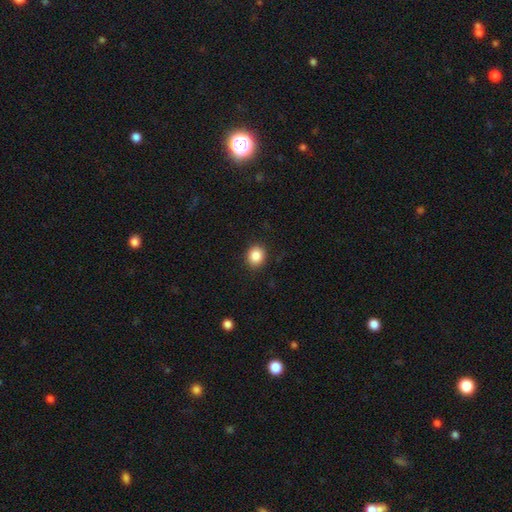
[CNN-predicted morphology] smooth 87%, star or artifact 9%, featured or disk 4%. Down the decision tree: how rounded — round (75%); merging — none (90%).